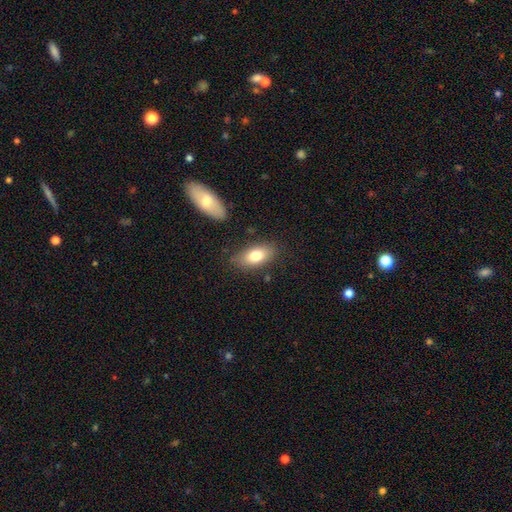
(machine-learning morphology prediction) Smooth or featured? Predicted: smooth (p=0.76). How rounded? Predicted: in between (p=0.89). Merging? Predicted: none (p=0.81).